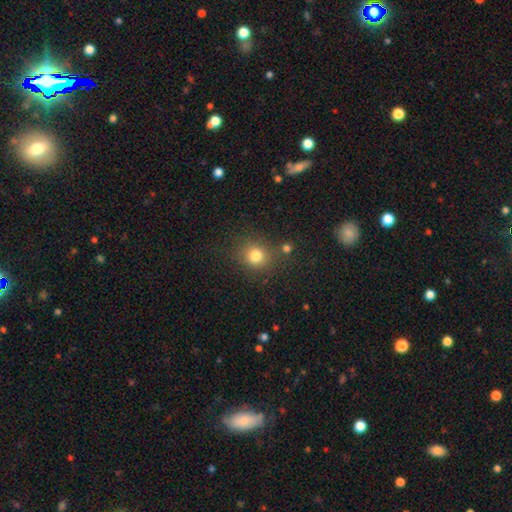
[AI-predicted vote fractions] This appears to be a smooth galaxy with no disk features (80%) that is round (84%). Merging: none (79%).